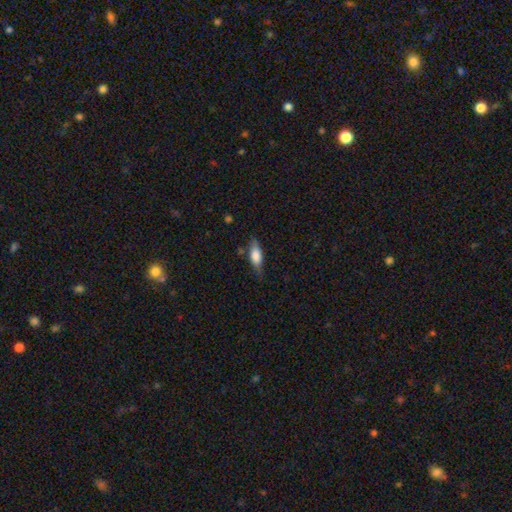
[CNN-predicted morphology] Q: Smooth or featured?
A: smooth (77%); runner-up: featured or disk (17%)
Q: How rounded?
A: in between (70%); runner-up: cigar-shaped (28%)
Q: Merging?
A: none (69%); runner-up: minor disturbance (23%)